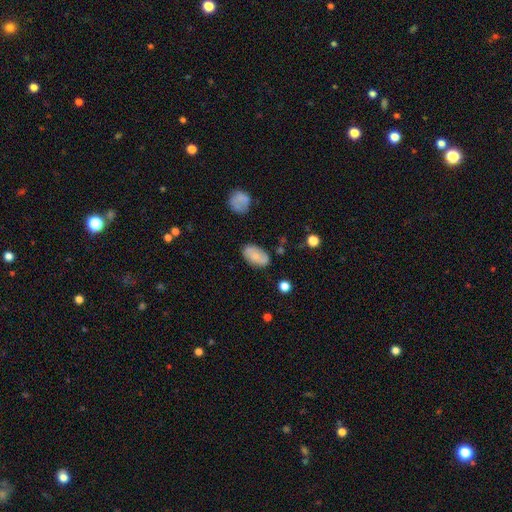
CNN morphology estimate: Overall: smooth (70%). How rounded: in between (93%). Merging: none (78%).